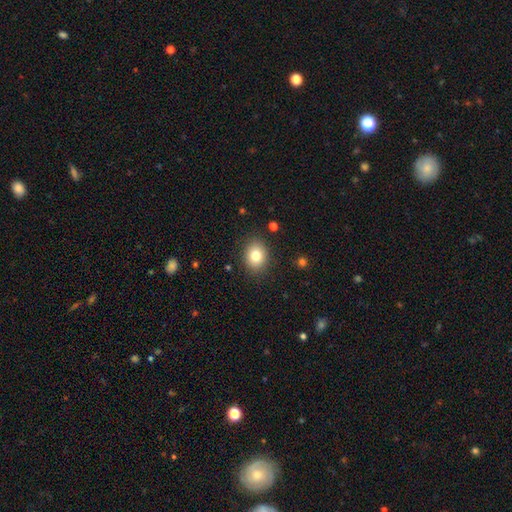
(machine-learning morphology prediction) smooth-or-featured: smooth: 80% | star or artifact: 10% | featured or disk: 9%
  how-rounded: round: 53% | in between: 46% | cigar-shaped: 1%
  merging: none: 88% | minor disturbance: 9% | major disturbance: 2% | merger: 1%